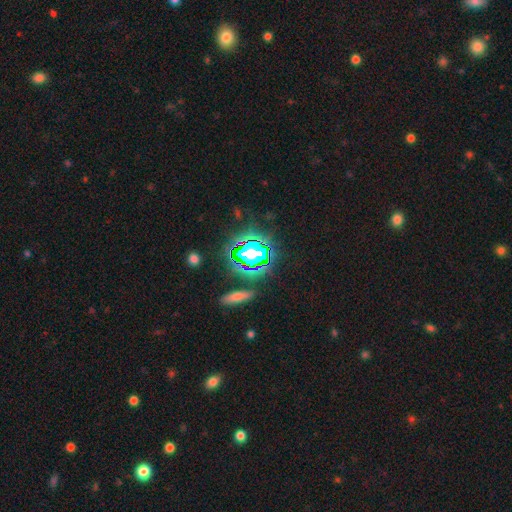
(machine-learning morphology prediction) Overall: star or artifact (72%).